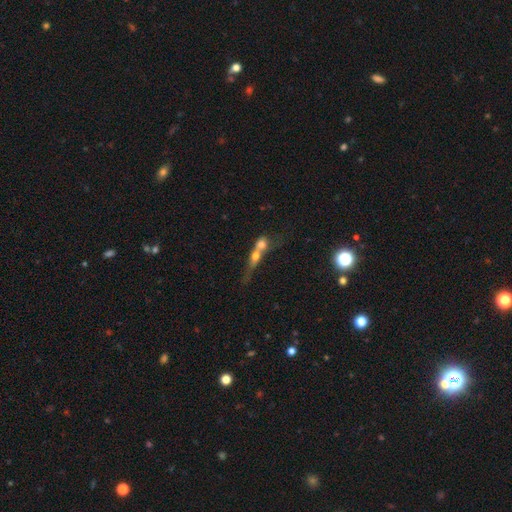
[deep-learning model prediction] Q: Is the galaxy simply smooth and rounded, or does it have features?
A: smooth — 56%.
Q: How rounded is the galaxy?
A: round — 40%.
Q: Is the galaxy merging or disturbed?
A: merger — 77%.